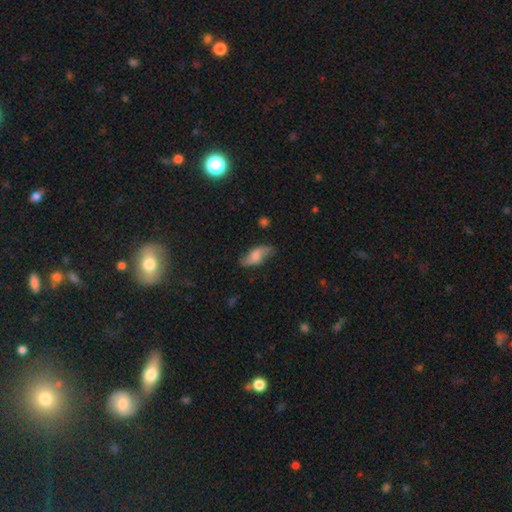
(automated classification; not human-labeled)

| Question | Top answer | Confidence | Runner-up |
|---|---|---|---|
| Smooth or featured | featured or disk | 52% | smooth (40%) |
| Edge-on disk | no | 85% | yes (15%) |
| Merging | none | 73% | minor disturbance (20%) |